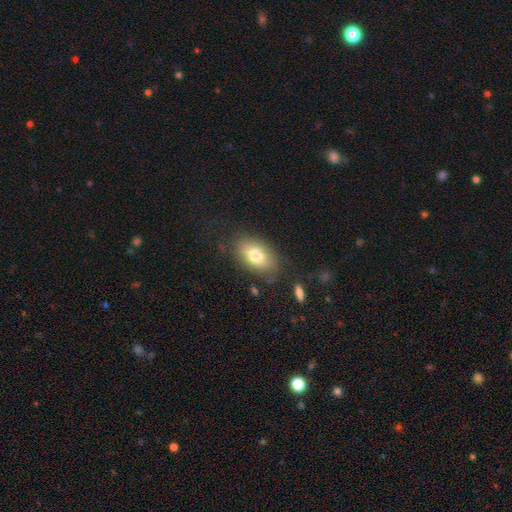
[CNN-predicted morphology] This appears to be a smooth galaxy with no disk features (77%) that is in between round and cigar-shaped (89%). Merging: none (79%).